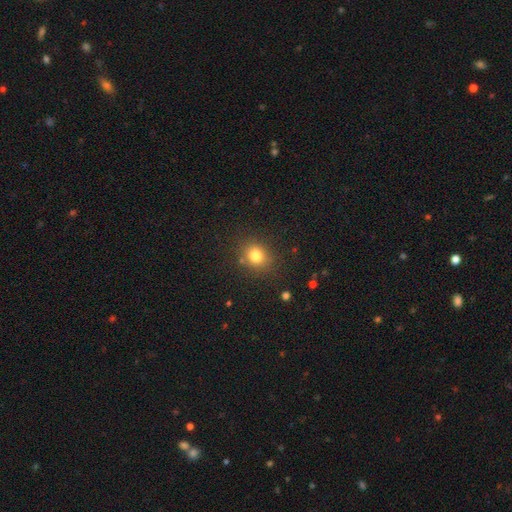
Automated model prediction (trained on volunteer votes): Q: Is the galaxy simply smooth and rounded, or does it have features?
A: smooth — 79%.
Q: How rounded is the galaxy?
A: round — 74%.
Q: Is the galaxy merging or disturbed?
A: none — 83%.